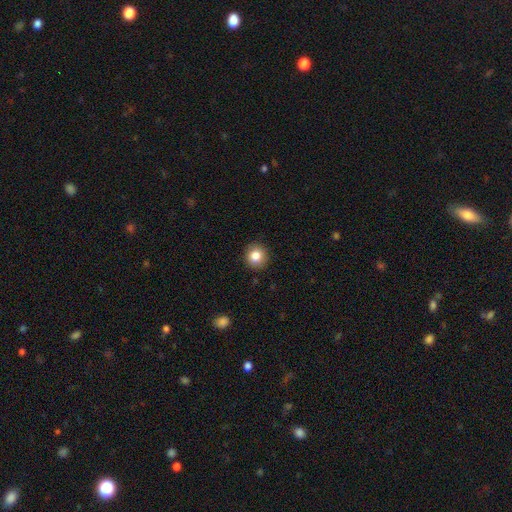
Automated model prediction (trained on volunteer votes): This is clearly a smooth galaxy (84%). How rounded: clearly round (92%). Merging: clearly none (91%).